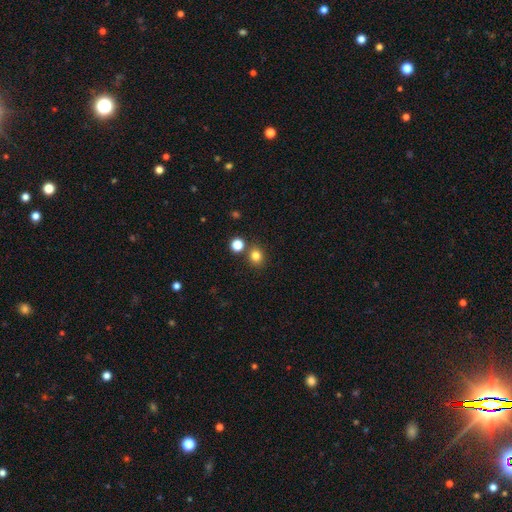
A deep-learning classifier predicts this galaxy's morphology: Overall: smooth (81%). How rounded: round (78%). Merging: none (77%).